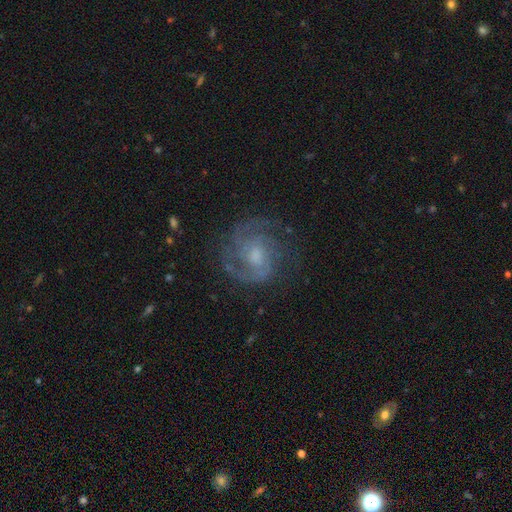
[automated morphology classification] Smooth or featured: featured or disk — 84% (smooth — 9%)
Edge-on disk: no — 98% (yes — 2%)
Bar: no — 52% (weak — 41%)
Spiral arms: yes — 96% (no — 4%)
Spiral winding: tight — 45% (medium — 44%)
Spiral arm count: 2 — 44% (3 — 24%)
Bulge size: moderate — 49% (small — 35%)
Merging: none — 72% (minor disturbance — 17%)